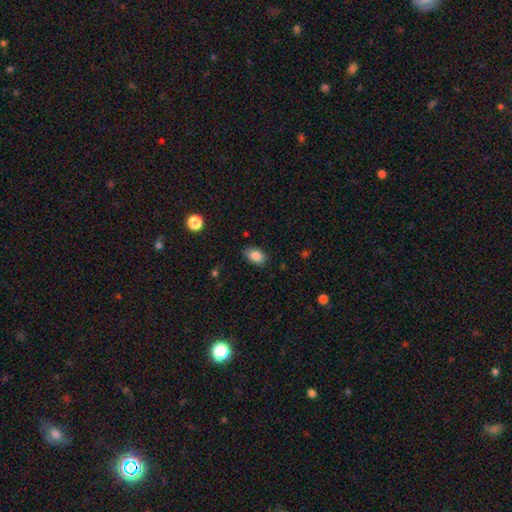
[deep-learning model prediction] Overall: smooth (86%). How rounded: in between (84%). Merging: none (82%).